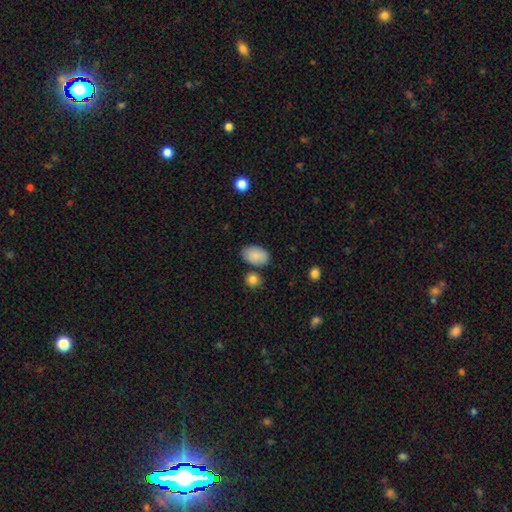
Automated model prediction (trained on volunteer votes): Morphology: type=smooth (88%); roundness=in between (91%); merging=none (76%).